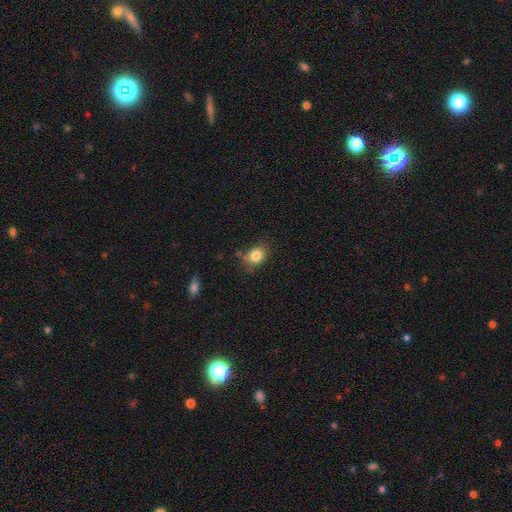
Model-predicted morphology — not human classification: Smooth or featured: smooth — 83% (star or artifact — 10%)
How rounded: in between — 55% (round — 44%)
Merging: none — 70% (minor disturbance — 21%)